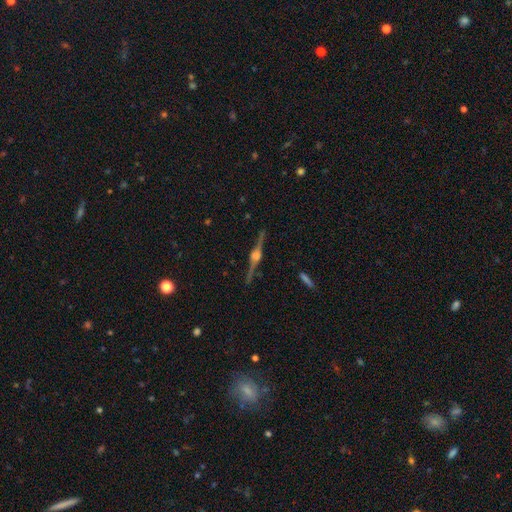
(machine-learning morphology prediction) featured or disk 89%, star or artifact 6%, smooth 5%. Down the decision tree: edge-on disk — yes (98%); edge-on bulge — rounded (90%); merging — none (89%).